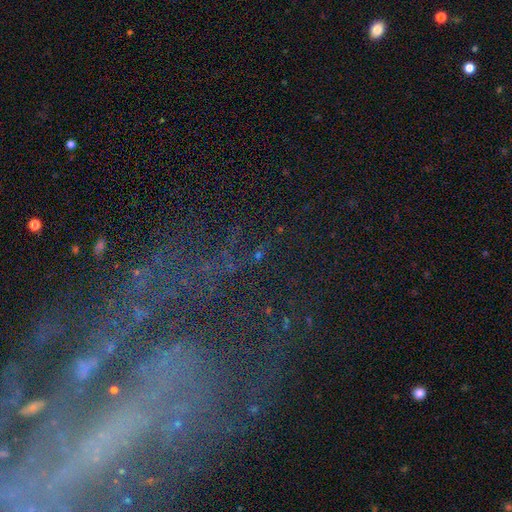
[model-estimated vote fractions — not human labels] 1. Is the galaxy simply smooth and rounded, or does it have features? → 56% star or artifact, 29% featured or disk, 15% smooth.